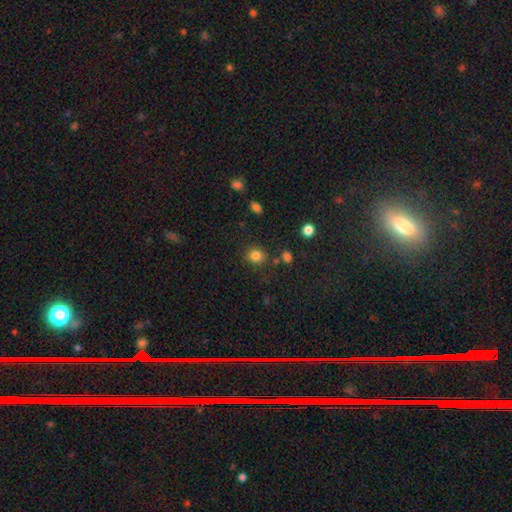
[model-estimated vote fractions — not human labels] This is clearly a smooth galaxy (82%). How rounded: likely round (74%). Merging: clearly none (80%).